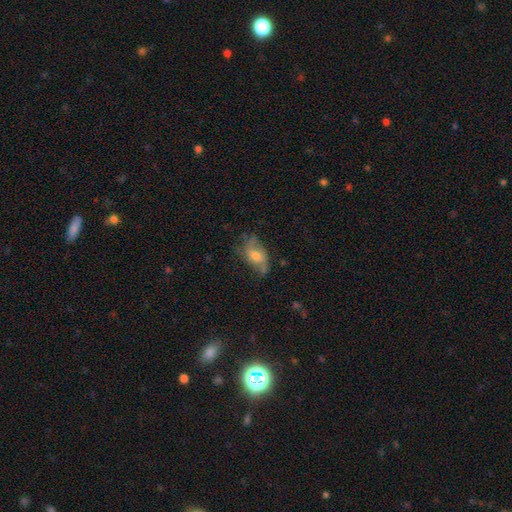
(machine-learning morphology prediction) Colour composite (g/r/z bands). It shows a featured or disk galaxy (54%). Merging: none (58%).